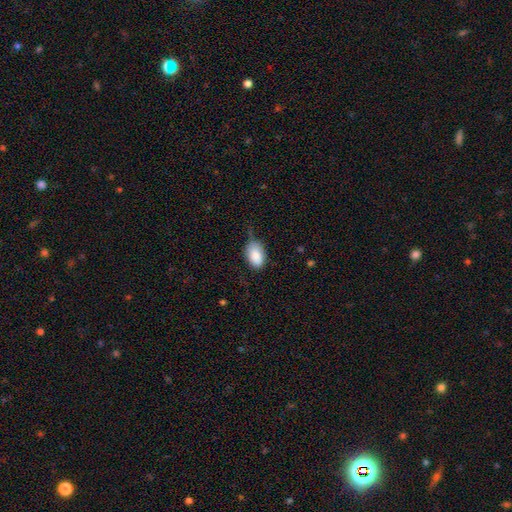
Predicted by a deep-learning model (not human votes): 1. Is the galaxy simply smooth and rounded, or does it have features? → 87% smooth, 7% star or artifact, 7% featured or disk.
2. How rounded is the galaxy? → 89% in between, 9% round, 1% cigar-shaped.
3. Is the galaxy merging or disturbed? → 49% none, 39% minor disturbance, 10% major disturbance, 2% merger.